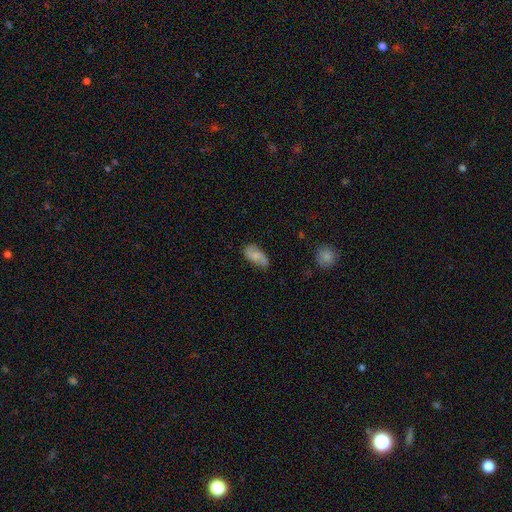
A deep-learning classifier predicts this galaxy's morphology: A smooth galaxy with no disk features (59%) that is in between round and cigar-shaped (91%).

Vote fractions:
- Smooth or featured? smooth: 59% / featured or disk: 34% / star or artifact: 7%
- How rounded? in between: 91% / cigar-shaped: 6% / round: 4%
- Merging? none: 65% / minor disturbance: 27% / major disturbance: 6% / merger: 2%